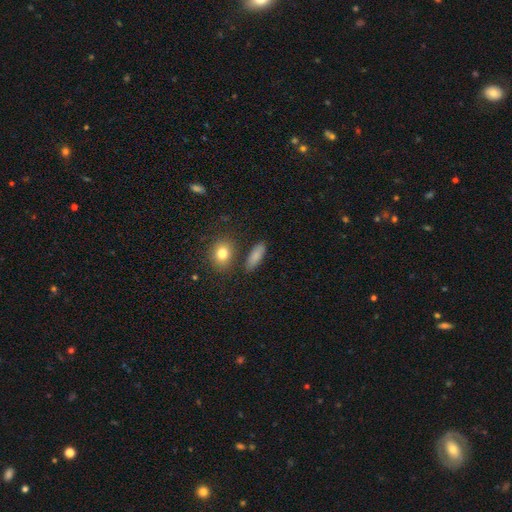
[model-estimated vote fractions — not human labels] Smooth or featured: smooth — 83% (featured or disk — 9%)
How rounded: in between — 61% (cigar-shaped — 32%)
Merging: none — 82% (minor disturbance — 11%)